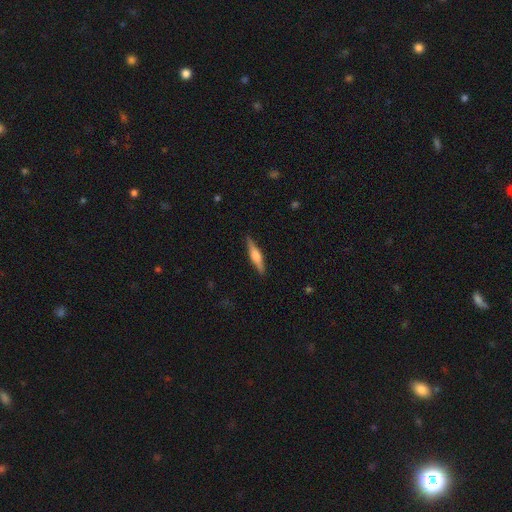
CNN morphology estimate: Smooth or featured?
  - featured or disk: 58% *
  - smooth: 36%
  - star or artifact: 6%
Edge-on disk?
  - yes: 97% *
  - no: 3%
Edge-on bulge?
  - rounded: 75% *
  - boxy: 19%
  - none: 6%
Merging?
  - none: 89% *
  - minor disturbance: 8%
  - major disturbance: 2%
  - merger: 1%